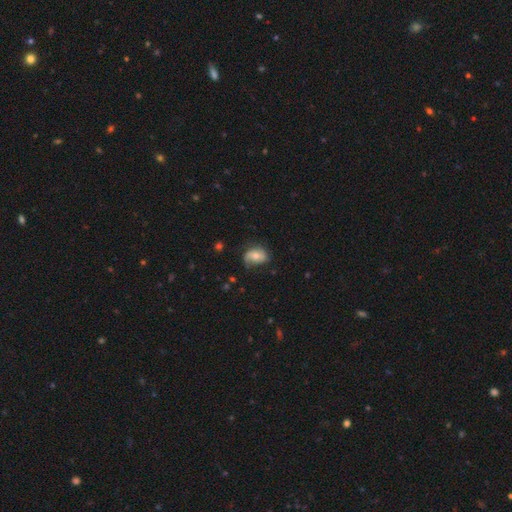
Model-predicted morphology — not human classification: Q: Smooth or featured?
A: smooth (49%); runner-up: featured or disk (42%)
Q: Merging?
A: none (53%); runner-up: minor disturbance (32%)